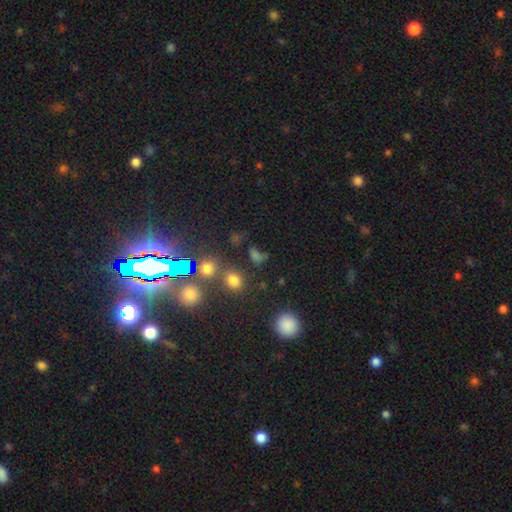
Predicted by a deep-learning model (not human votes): A smooth galaxy with no disk features (55%) that is round (50%). Merging: none (68%).